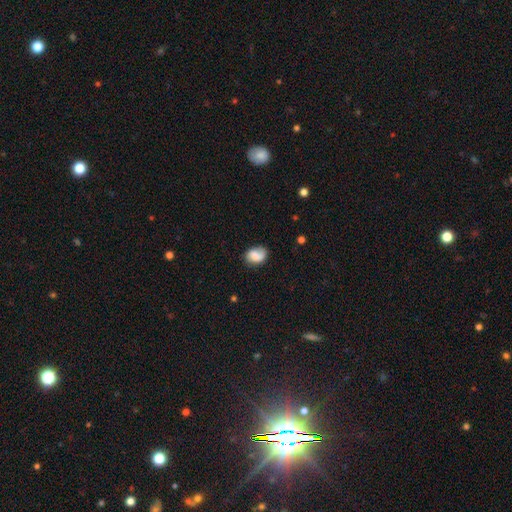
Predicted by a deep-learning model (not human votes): A smooth galaxy with no disk features (76%) that is in between round and cigar-shaped (67%). Merging: none (63%).